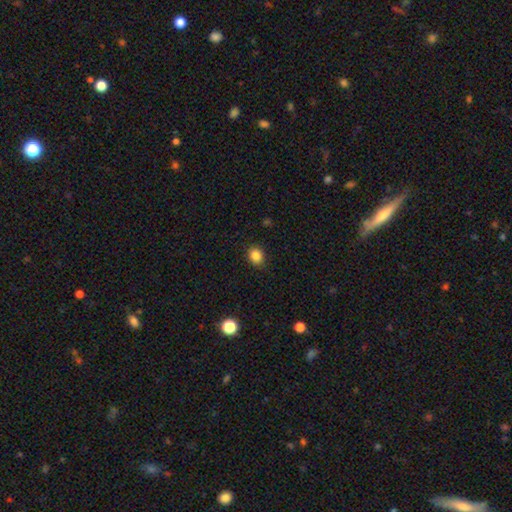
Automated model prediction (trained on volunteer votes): smooth_or_featured: smooth (p=0.84) [alt: star or artifact p=0.11]
how_rounded: round (p=0.66) [alt: in between p=0.33]
merging: none (p=0.88) [alt: minor disturbance p=0.09]